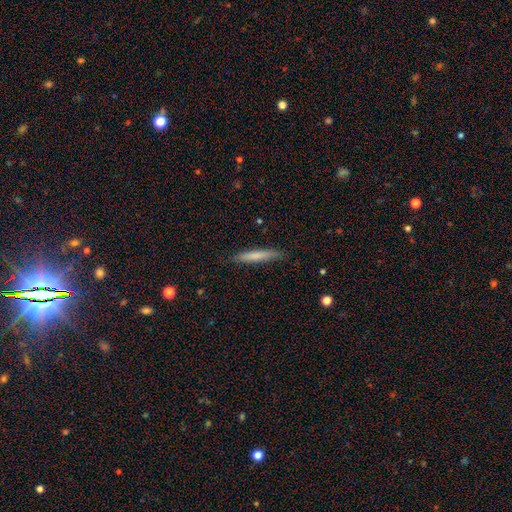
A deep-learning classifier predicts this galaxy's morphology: Q: Smooth or featured?
A: smooth (73%); runner-up: featured or disk (21%)
Q: How rounded?
A: cigar-shaped (93%); runner-up: in between (6%)
Q: Merging?
A: none (86%); runner-up: minor disturbance (11%)